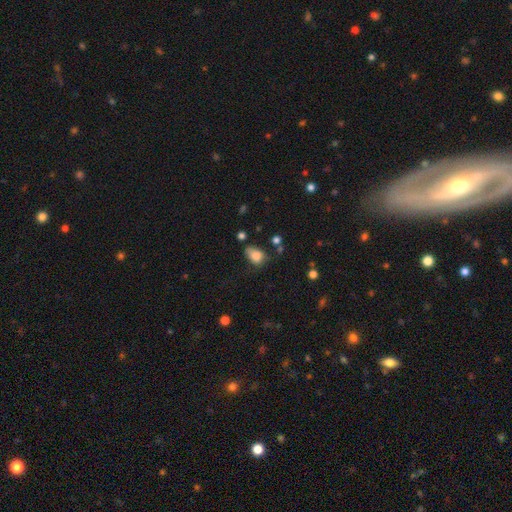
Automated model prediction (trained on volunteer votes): Smooth or featured?
  - smooth: 82% *
  - star or artifact: 10%
  - featured or disk: 8%
How rounded?
  - in between: 77% *
  - round: 22%
  - cigar-shaped: 1%
Merging?
  - none: 47% *
  - minor disturbance: 34%
  - major disturbance: 13%
  - merger: 6%